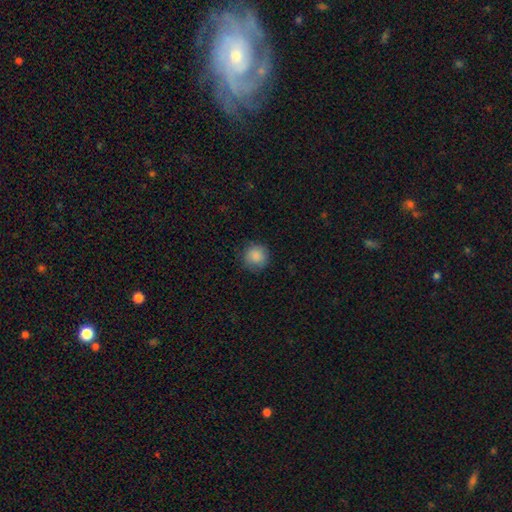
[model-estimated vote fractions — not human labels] smooth 88%, star or artifact 8%, featured or disk 4%. Down the decision tree: how rounded — round (92%); merging — none (84%).